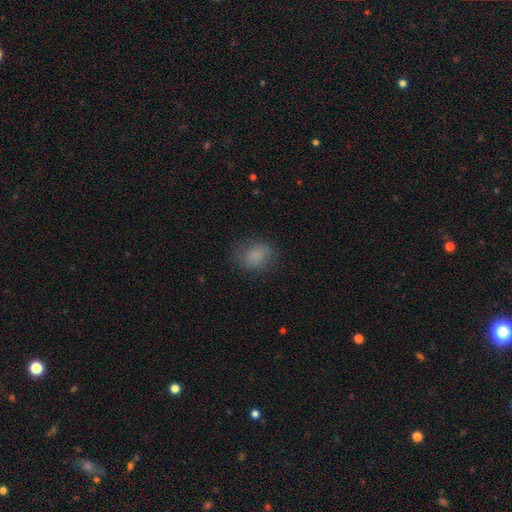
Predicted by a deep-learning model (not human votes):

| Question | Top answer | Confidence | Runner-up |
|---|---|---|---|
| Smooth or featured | smooth | 82% | star or artifact (10%) |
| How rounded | in between | 56% | round (43%) |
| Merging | none | 75% | minor disturbance (17%) |